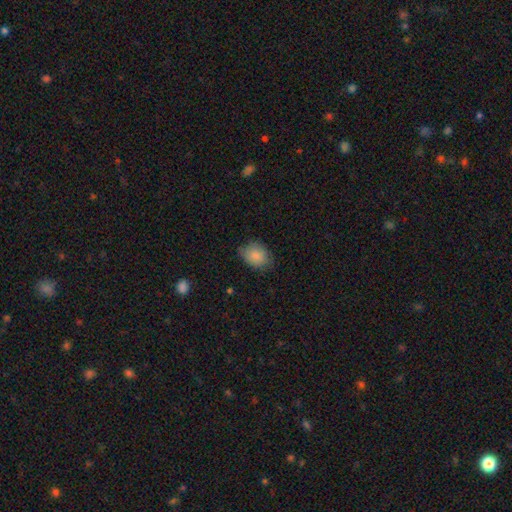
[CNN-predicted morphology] Smooth or featured?
  - smooth: 86% *
  - star or artifact: 8%
  - featured or disk: 6%
How rounded?
  - in between: 63% *
  - round: 36%
  - cigar-shaped: 1%
Merging?
  - none: 69% *
  - minor disturbance: 24%
  - major disturbance: 5%
  - merger: 1%